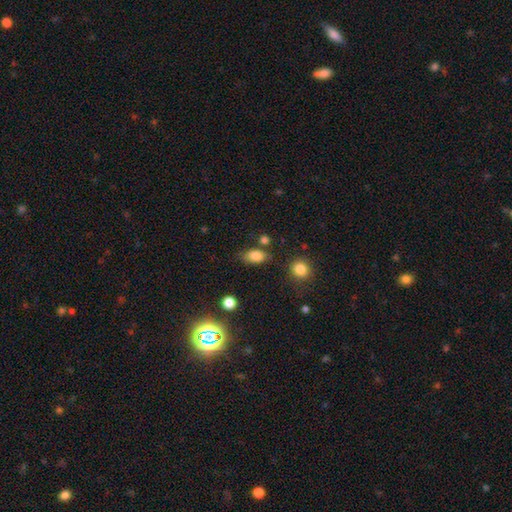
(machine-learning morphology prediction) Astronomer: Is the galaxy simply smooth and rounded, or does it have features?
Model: smooth — 83%.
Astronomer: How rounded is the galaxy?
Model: in between — 86%.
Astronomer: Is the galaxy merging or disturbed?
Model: none — 72%.